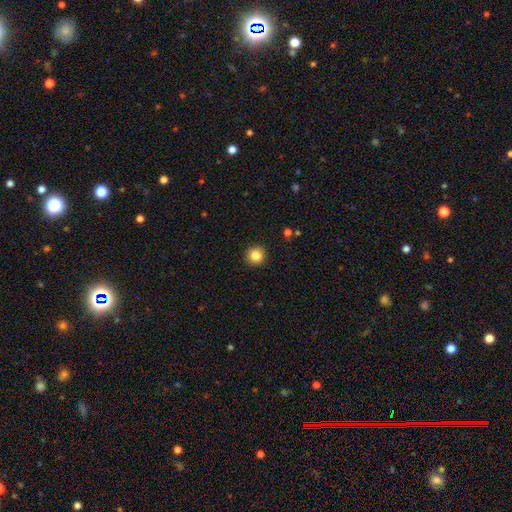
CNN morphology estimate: This is clearly a smooth galaxy (84%). How rounded: clearly round (96%). Merging: clearly none (93%).